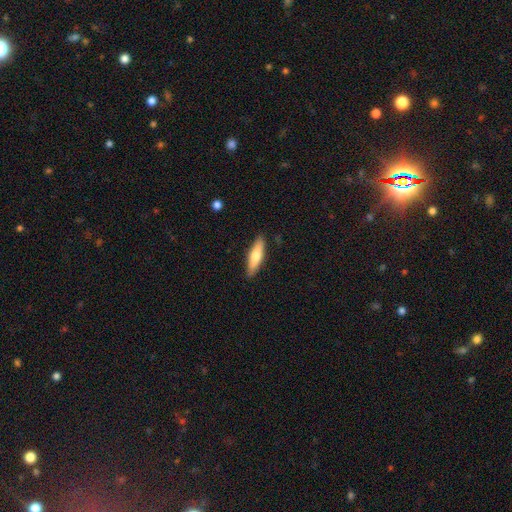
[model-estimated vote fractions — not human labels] Q: Smooth or featured?
A: smooth (67%); runner-up: featured or disk (27%)
Q: How rounded?
A: cigar-shaped (69%); runner-up: in between (29%)
Q: Merging?
A: none (88%); runner-up: minor disturbance (9%)